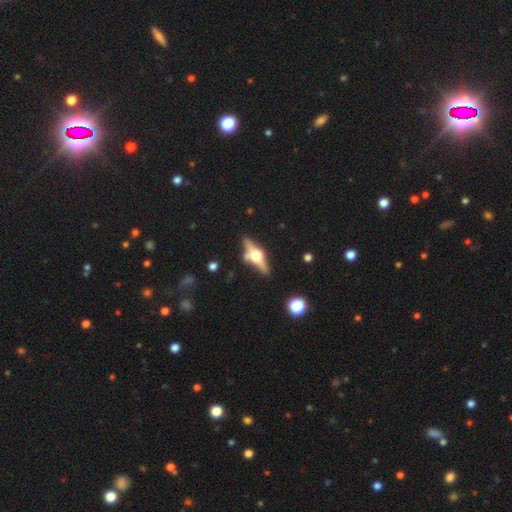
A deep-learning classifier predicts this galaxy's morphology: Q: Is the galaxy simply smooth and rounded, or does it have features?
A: featured or disk — 74%.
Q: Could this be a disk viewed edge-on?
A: yes — 95%.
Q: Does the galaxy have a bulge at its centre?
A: rounded — 95%.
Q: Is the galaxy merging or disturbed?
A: none — 77%.